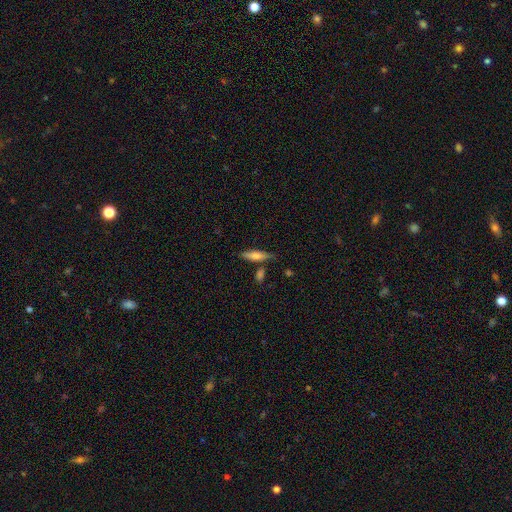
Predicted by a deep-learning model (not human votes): Q: Smooth or featured?
A: smooth (66%); runner-up: featured or disk (27%)
Q: How rounded?
A: cigar-shaped (63%); runner-up: in between (35%)
Q: Merging?
A: none (71%); runner-up: minor disturbance (16%)